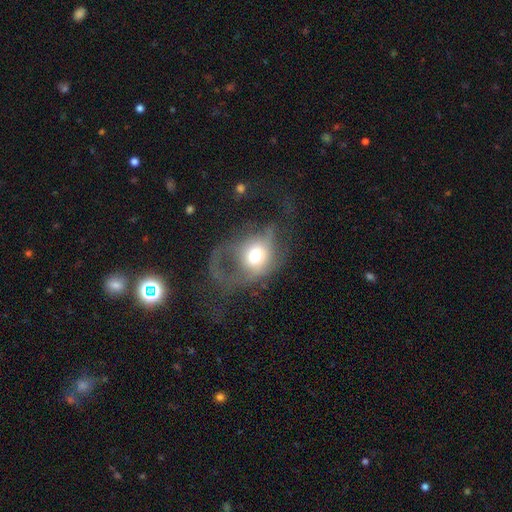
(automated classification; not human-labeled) Overall: smooth (52%; featured or disk 38%). How rounded: round (54%; in between 44%). Merging: major disturbance (64%).